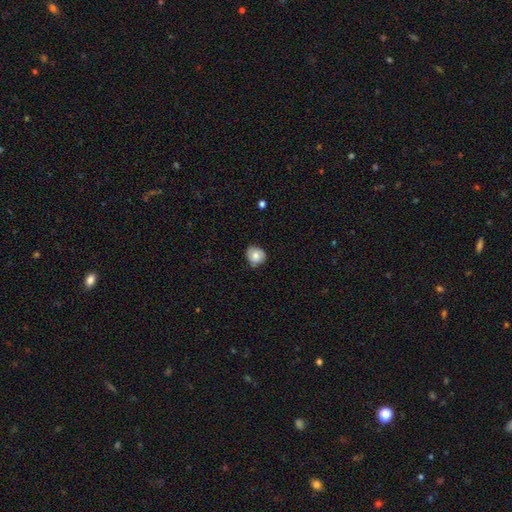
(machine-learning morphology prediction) This appears to be a smooth galaxy with no disk features (75%) that is round (83%). Merging: none (71%).